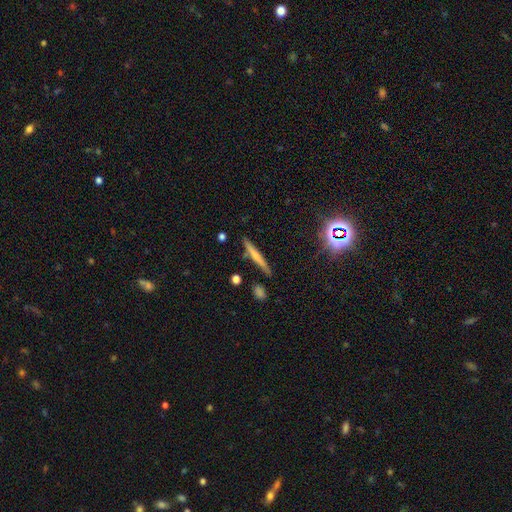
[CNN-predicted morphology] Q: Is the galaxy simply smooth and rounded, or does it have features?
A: smooth — 51%.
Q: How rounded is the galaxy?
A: cigar-shaped — 94%.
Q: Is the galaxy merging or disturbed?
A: none — 83%.